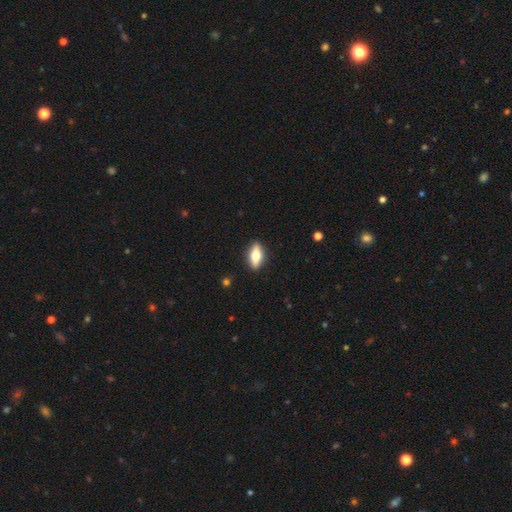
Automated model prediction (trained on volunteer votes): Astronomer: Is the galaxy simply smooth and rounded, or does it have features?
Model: smooth — 55% (runner-up: featured or disk, 39%).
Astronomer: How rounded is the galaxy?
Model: in between — 72%.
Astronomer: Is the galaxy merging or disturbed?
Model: none — 89%.